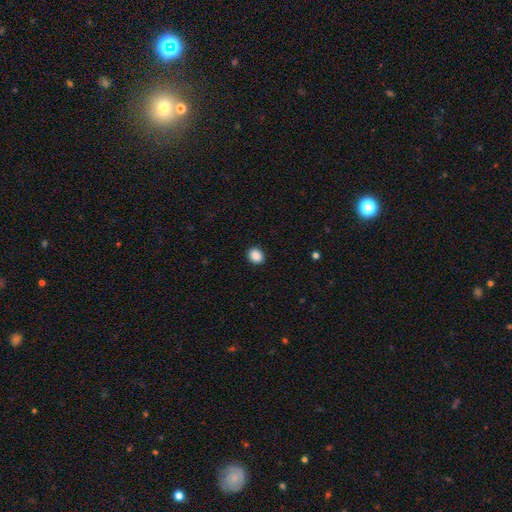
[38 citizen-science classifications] This appears to be a smooth galaxy with no disk features (89%) that is round (56%). Merging: none (91%).